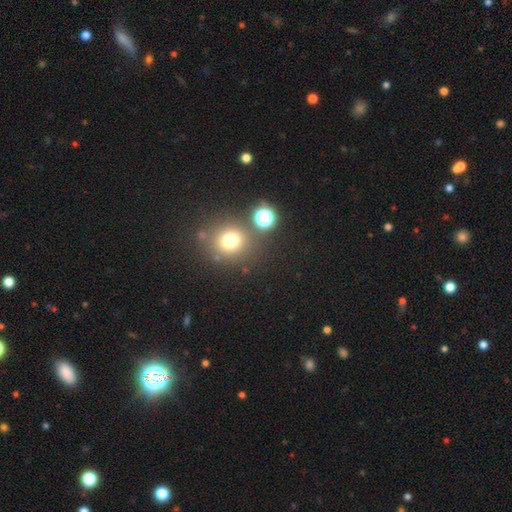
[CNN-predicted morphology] Smooth or featured: smooth — 53% (star or artifact — 39%)
How rounded: round — 84% (in between — 14%)
Merging: none — 78% (merger — 10%)